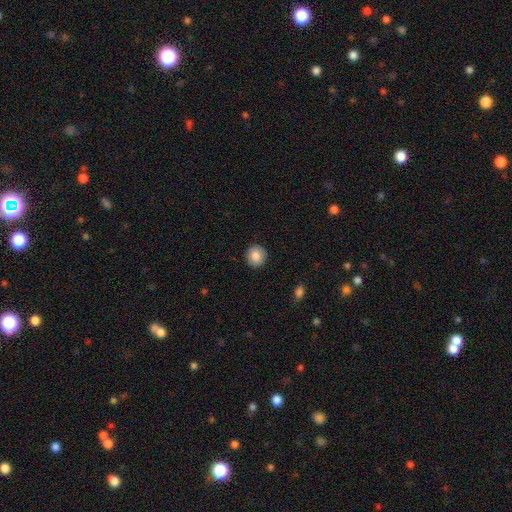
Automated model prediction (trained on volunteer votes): This is clearly a smooth galaxy (86%). How rounded: clearly round (90%). Merging: clearly none (91%).